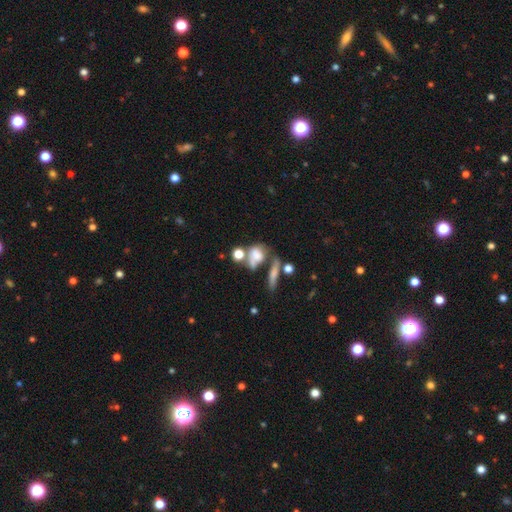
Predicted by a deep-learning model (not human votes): The model was most divided on "merging": merger: 41%, none: 27%, major disturbance: 18%, minor disturbance: 14%. More confident: smooth or featured — smooth (62%); how rounded — in between (54%).